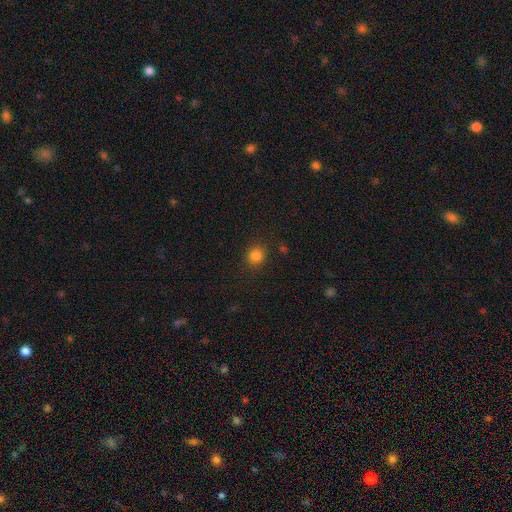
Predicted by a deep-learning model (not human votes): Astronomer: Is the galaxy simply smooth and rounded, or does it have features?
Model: smooth — 82%.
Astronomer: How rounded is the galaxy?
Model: round — 85%.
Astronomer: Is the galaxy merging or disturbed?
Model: none — 89%.